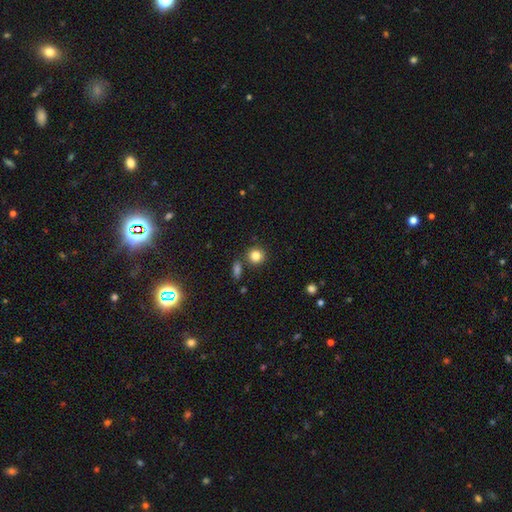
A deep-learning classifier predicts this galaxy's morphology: The model was most divided on "merging": none: 80%, minor disturbance: 9%, merger: 9%, major disturbance: 3%. More confident: how rounded — round (88%); smooth or featured — smooth (83%).